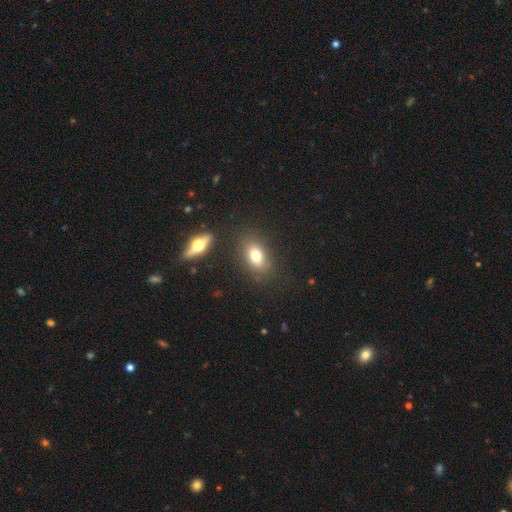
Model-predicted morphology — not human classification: smooth_or_featured: smooth (p=0.74) [alt: featured or disk p=0.16]
how_rounded: in between (p=0.80) [alt: round p=0.16]
merging: none (p=0.81) [alt: minor disturbance p=0.11]